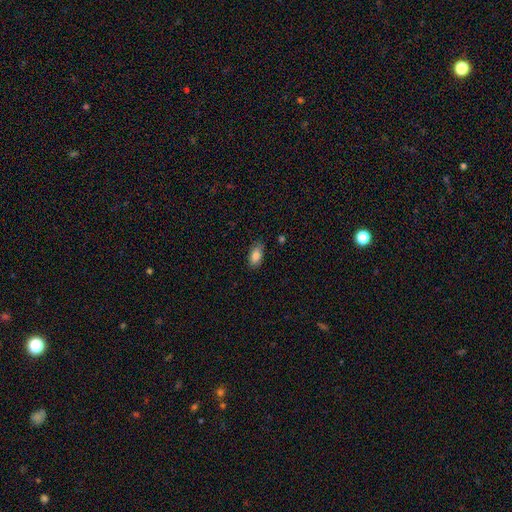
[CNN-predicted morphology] Overall: smooth (85%). How rounded: in between (91%). Merging: none (81%).